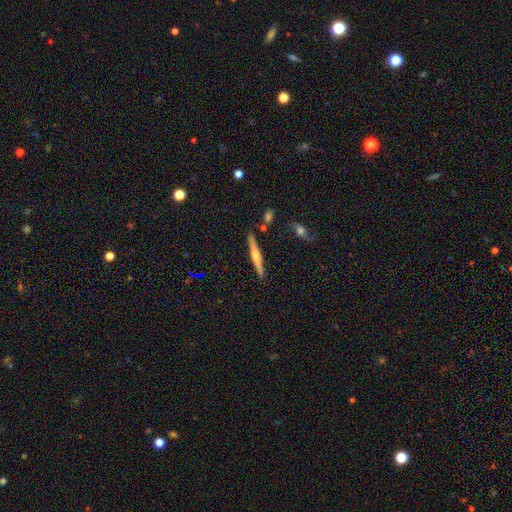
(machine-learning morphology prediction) This is likely a featured or disk galaxy (62%). It is clearly viewed edge-on (97%). Edge-on bulge: likely rounded (79%). Merging: clearly none (88%).